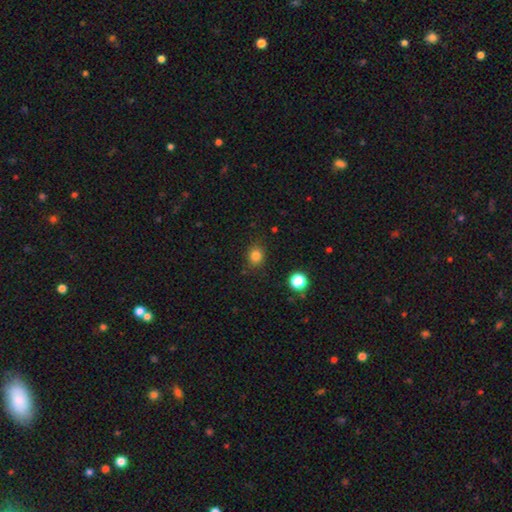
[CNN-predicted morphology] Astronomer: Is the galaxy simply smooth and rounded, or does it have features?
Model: smooth — 82%.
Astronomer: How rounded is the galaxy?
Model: round — 68%.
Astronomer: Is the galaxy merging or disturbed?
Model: none — 84%.